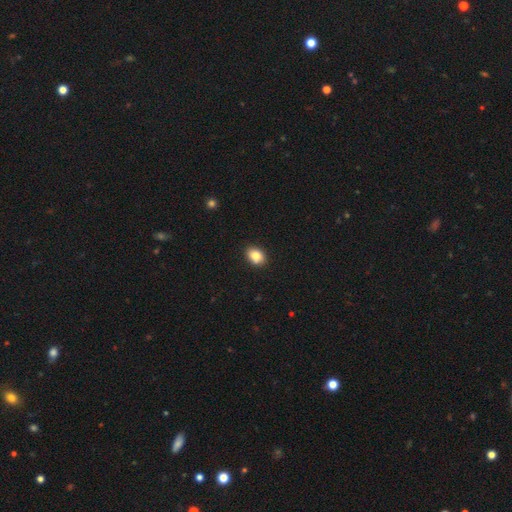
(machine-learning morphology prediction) Smooth or featured?
  - smooth: 84% *
  - star or artifact: 9%
  - featured or disk: 7%
How rounded?
  - in between: 72% *
  - round: 27%
  - cigar-shaped: 1%
Merging?
  - none: 89% *
  - minor disturbance: 8%
  - major disturbance: 2%
  - merger: 1%